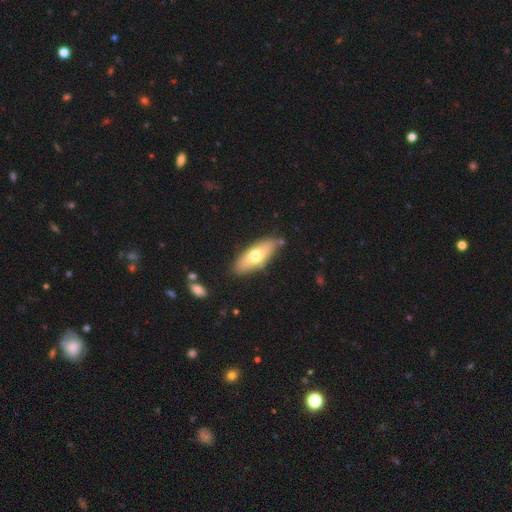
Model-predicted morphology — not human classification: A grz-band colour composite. It shows a smooth galaxy with no disk features (64%) that is in between round and cigar-shaped (71%). Merging: none (82%).